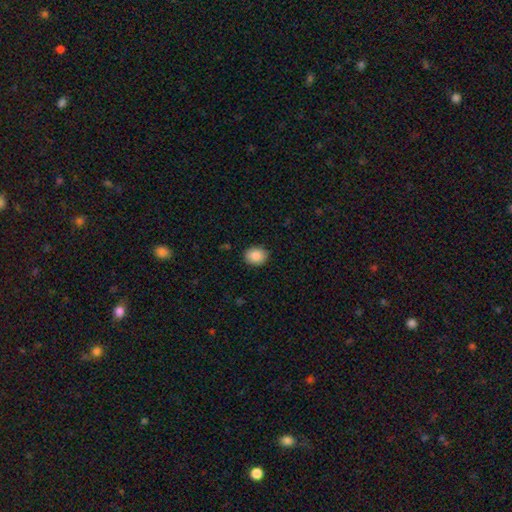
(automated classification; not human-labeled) Morphology: type=smooth (87%); roundness=round (52%); merging=none (89%).